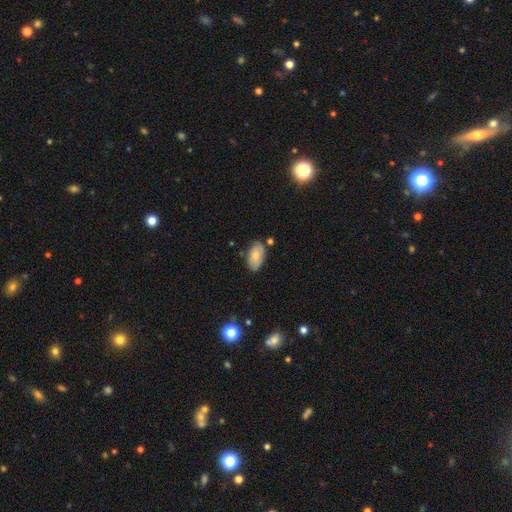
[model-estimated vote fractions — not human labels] Smooth or featured? smooth (73%)
How rounded? in between (94%)
Merging? none (75%)